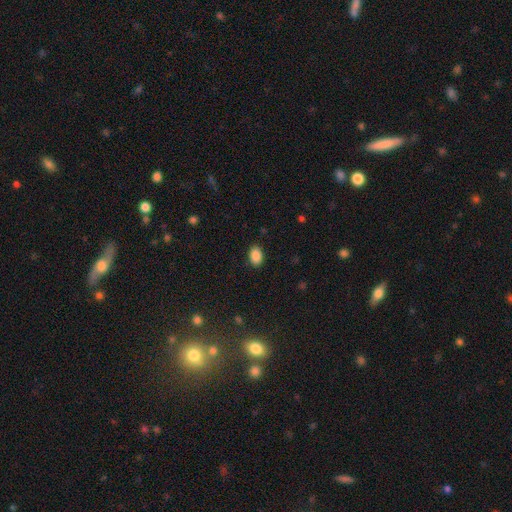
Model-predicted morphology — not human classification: smooth_or_featured: smooth (p=0.89) [alt: star or artifact p=0.08]
how_rounded: in between (p=0.85) [alt: round p=0.14]
merging: none (p=0.88) [alt: minor disturbance p=0.09]